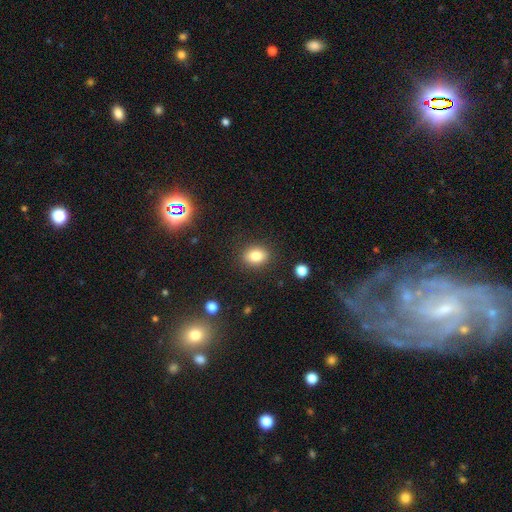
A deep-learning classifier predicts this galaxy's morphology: smooth_or_featured: smooth (p=0.82) [alt: star or artifact p=0.10]
how_rounded: in between (p=0.57) [alt: round p=0.42]
merging: none (p=0.87) [alt: minor disturbance p=0.09]